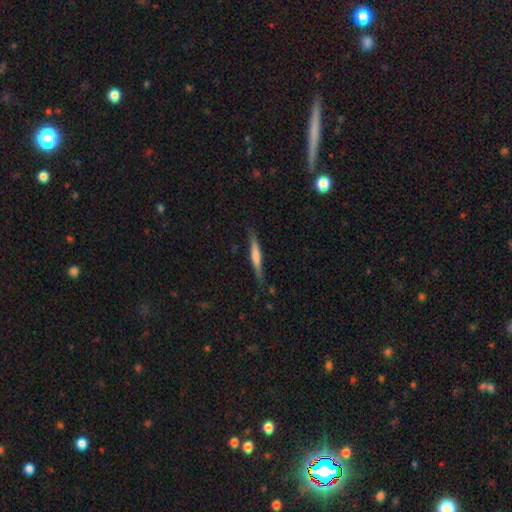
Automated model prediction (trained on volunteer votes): smooth_or_featured: featured or disk (p=0.48) [alt: smooth p=0.46]
merging: none (p=0.83) [alt: minor disturbance p=0.13]